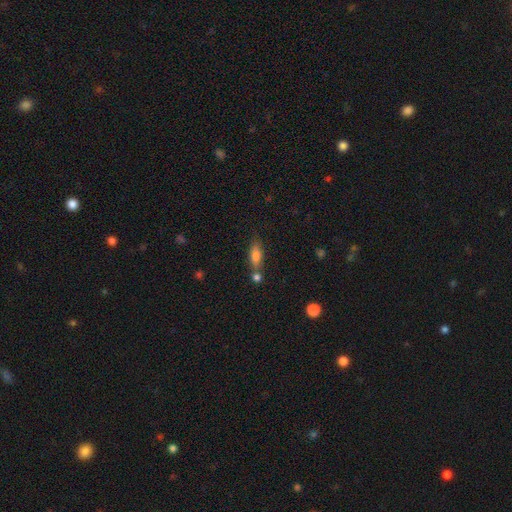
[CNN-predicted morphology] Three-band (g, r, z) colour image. It shows a smooth galaxy with no disk features (74%) that is in between round and cigar-shaped (61%). Merging: none (59%).